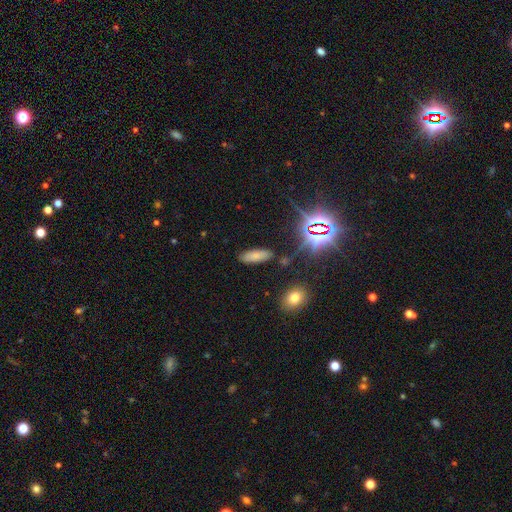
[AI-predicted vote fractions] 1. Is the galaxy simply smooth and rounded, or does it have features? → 70% smooth, 19% star or artifact, 10% featured or disk.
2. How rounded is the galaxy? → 59% in between, 38% cigar-shaped, 3% round.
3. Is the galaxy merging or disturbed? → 86% none, 9% minor disturbance, 3% major disturbance, 2% merger.